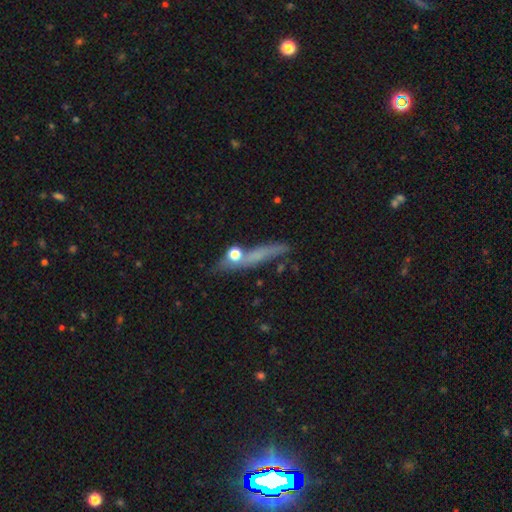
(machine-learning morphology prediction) type=smooth (47%); merging=none (66%).